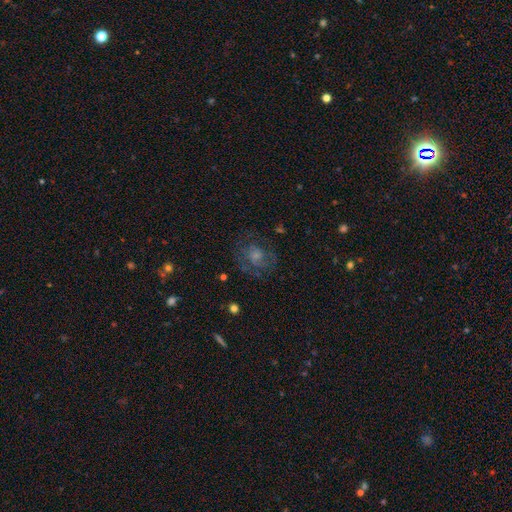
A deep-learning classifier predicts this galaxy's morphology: A featured or disk galaxy (43%).

Vote fractions:
- Smooth or featured? featured or disk: 43% / smooth: 42% / star or artifact: 15%
- Merging? none: 64% / minor disturbance: 18% / major disturbance: 17% / merger: 2%